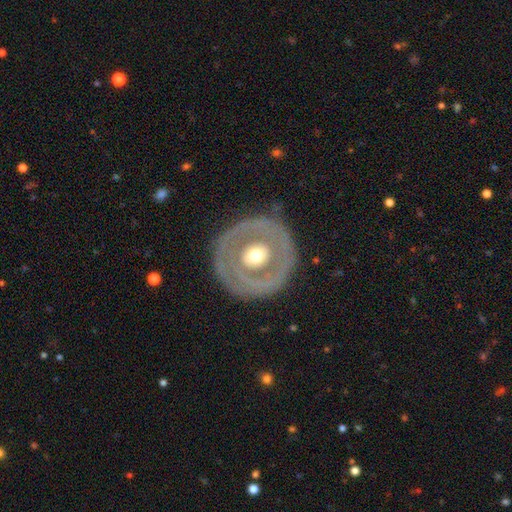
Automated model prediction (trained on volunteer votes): This is likely a featured or disk galaxy (63%). It is clearly not viewed edge-on (95%). Bar: clearly no (81%). Spiral arm pattern: clearly no (81%). Central bulge: likely moderate (69%). Merging: clearly none (81%).